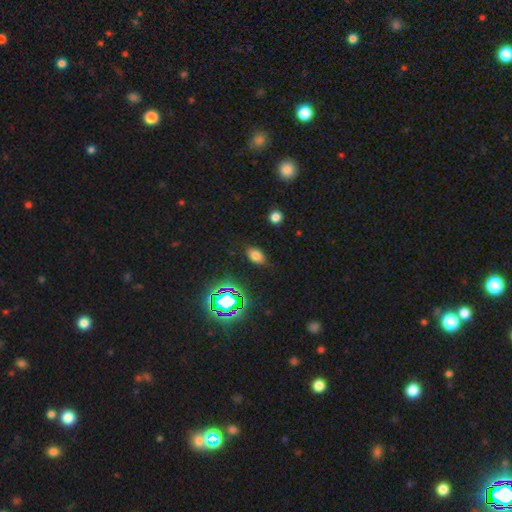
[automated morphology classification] Smooth or featured? smooth (70%)
How rounded? in between (88%)
Merging? none (82%)